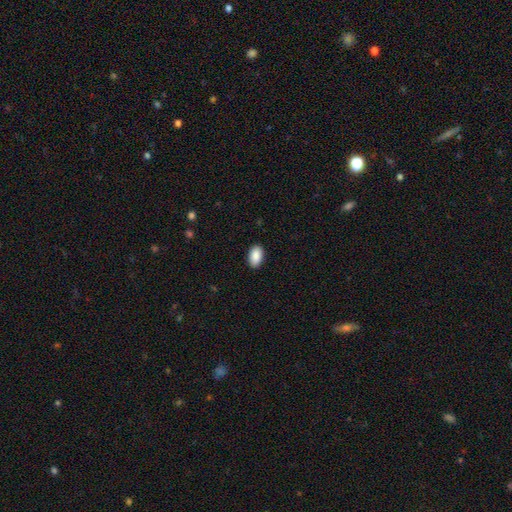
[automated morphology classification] smooth_or_featured: smooth (p=0.90) [alt: star or artifact p=0.06]
how_rounded: in between (p=0.94) [alt: round p=0.05]
merging: none (p=0.90) [alt: minor disturbance p=0.08]